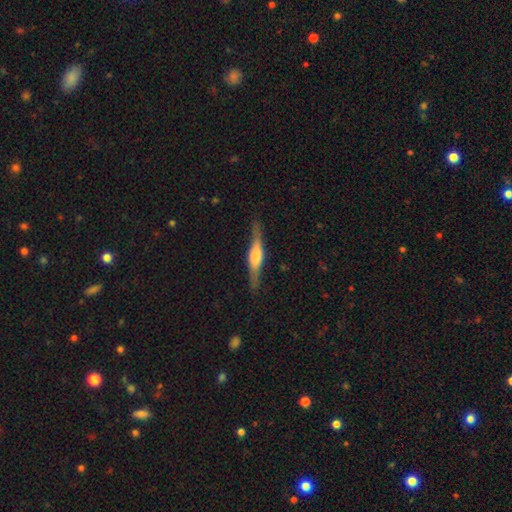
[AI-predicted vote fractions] A featured or disk galaxy (70%) viewed edge-on (96%) with a rounded central bulge (78%). Merging: none (86%).